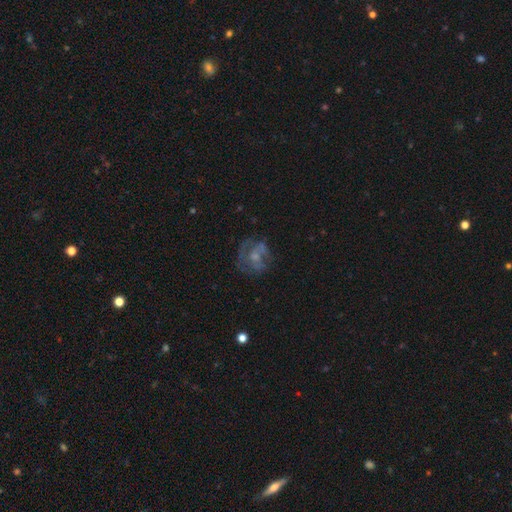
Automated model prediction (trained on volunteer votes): smooth_or_featured: featured or disk (p=0.61) [alt: smooth p=0.27]
disk_edge_on: no (p=0.97) [alt: yes p=0.03]
bar: no (p=0.77) [alt: weak p=0.19]
has_spiral_arms: no (p=0.53) [alt: yes p=0.47]
bulge_size: small (p=0.42) [alt: moderate p=0.38]
merging: none (p=0.55) [alt: major disturbance p=0.22]